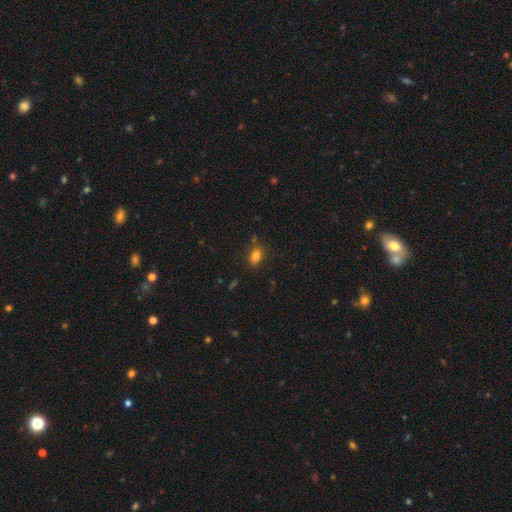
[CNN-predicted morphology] Q: Smooth or featured?
A: smooth (83%); runner-up: star or artifact (12%)
Q: How rounded?
A: in between (81%); runner-up: round (17%)
Q: Merging?
A: none (79%); runner-up: minor disturbance (14%)